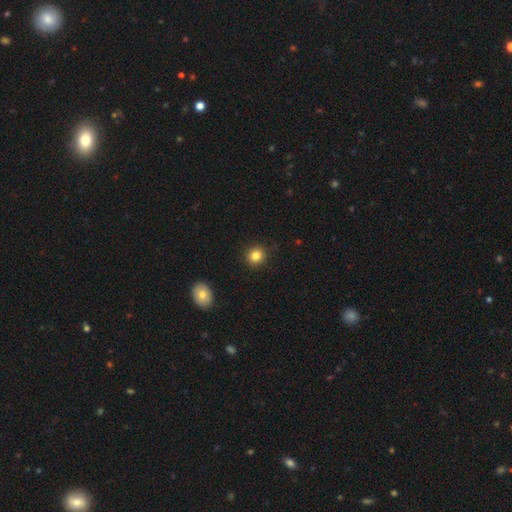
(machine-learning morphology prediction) smooth-or-featured: smooth: 83% | star or artifact: 11% | featured or disk: 6%
  how-rounded: round: 88% | in between: 11% | cigar-shaped: 1%
  merging: none: 91% | minor disturbance: 6% | major disturbance: 2% | merger: 1%